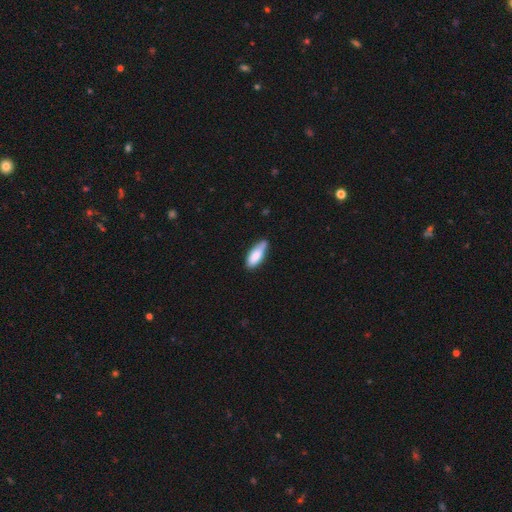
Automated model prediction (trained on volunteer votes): Smooth or featured? Predicted: smooth (p=0.83). How rounded? Predicted: in between (p=0.71). Merging? Predicted: none (p=0.63).